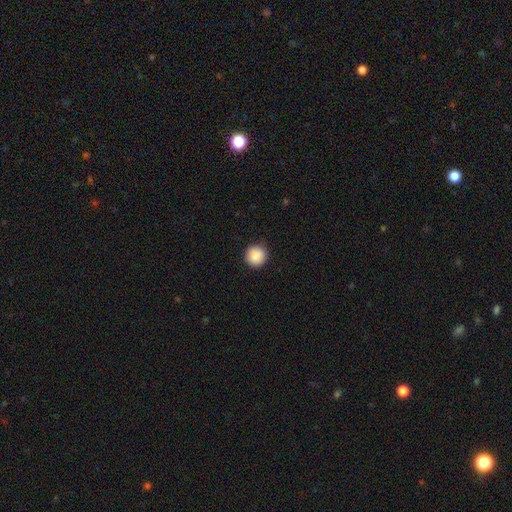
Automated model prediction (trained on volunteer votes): Smooth or featured? smooth (89%)
How rounded? round (95%)
Merging? none (90%)